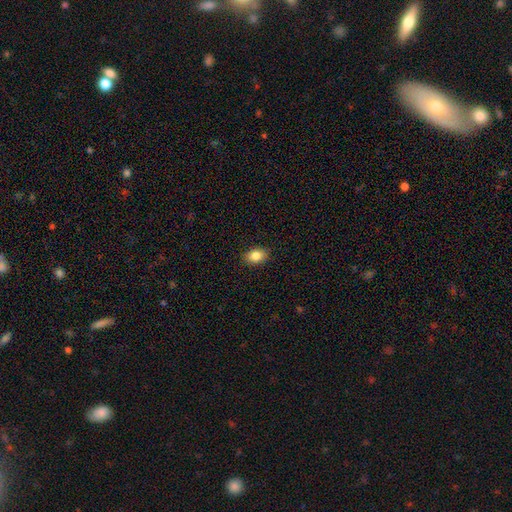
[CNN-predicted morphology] This is clearly a smooth galaxy (85%). How rounded: likely in between (80%). Merging: clearly none (89%).